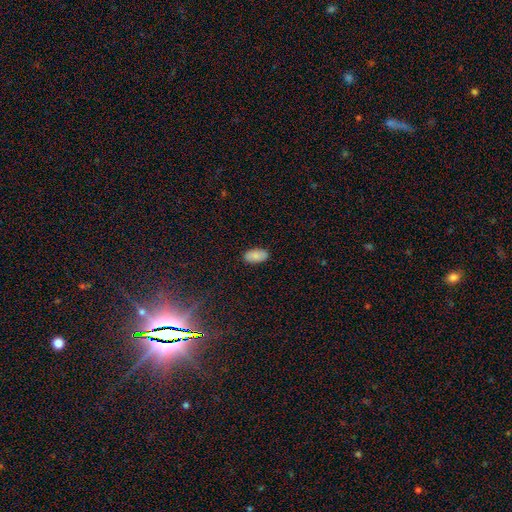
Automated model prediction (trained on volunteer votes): A smooth galaxy with no disk features (86%) that is in between round and cigar-shaped (95%). Merging: none (88%).